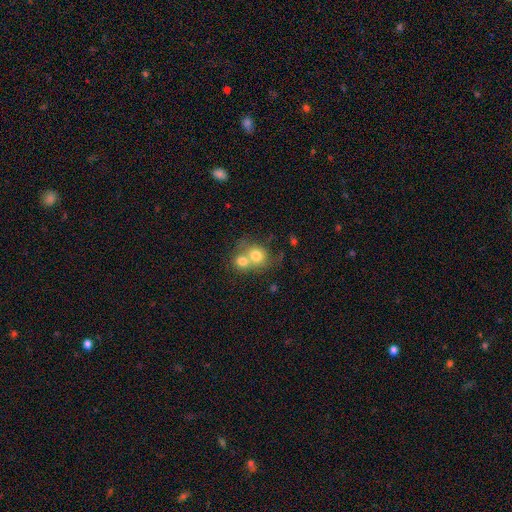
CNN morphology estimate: smooth 73%, featured or disk 17%, star or artifact 10%. Down the decision tree: how rounded — round (77%); merging — merger (62%).